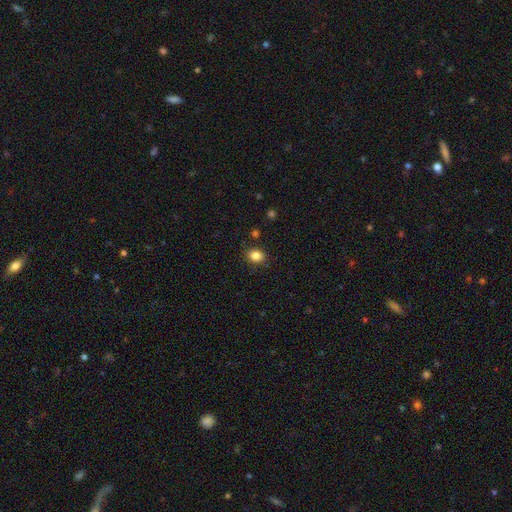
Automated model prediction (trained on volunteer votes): Smooth or featured: smooth — 84% (star or artifact — 11%)
How rounded: round — 57% (in between — 42%)
Merging: none — 87% (minor disturbance — 9%)